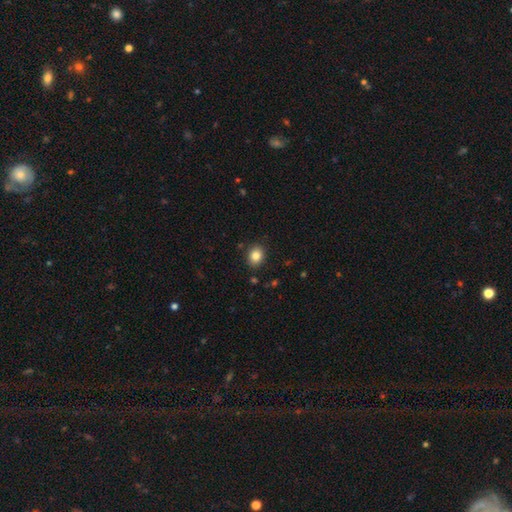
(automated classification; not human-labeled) Morphology: type=smooth (85%); roundness=round (50%); merging=none (88%).